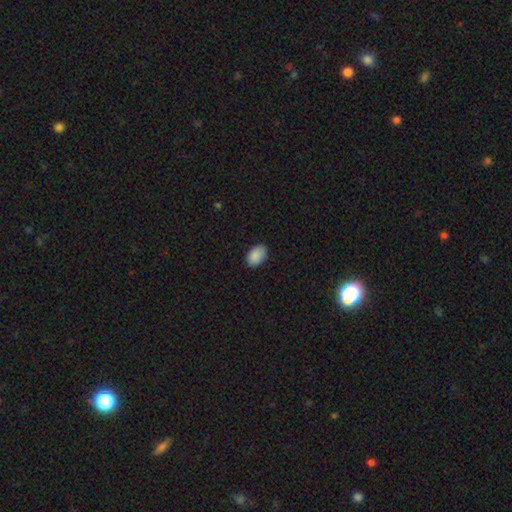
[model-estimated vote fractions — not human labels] A smooth galaxy with no disk features (89%) that is in between round and cigar-shaped (88%).

Vote fractions:
- Smooth or featured? smooth: 89% / star or artifact: 7% / featured or disk: 3%
- How rounded? in between: 88% / round: 11% / cigar-shaped: 1%
- Merging? none: 86% / minor disturbance: 11% / major disturbance: 2% / merger: 1%